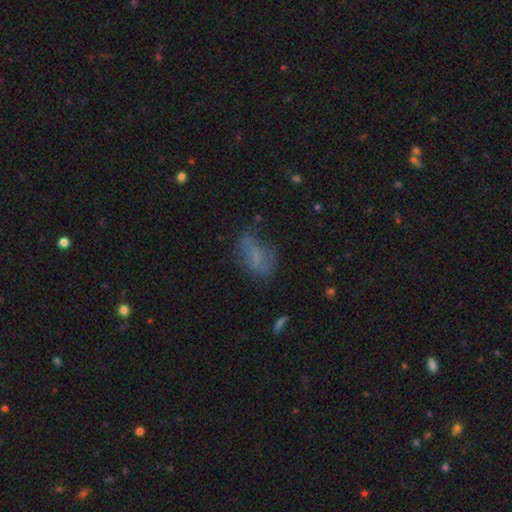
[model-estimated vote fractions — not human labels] This is possibly a smooth galaxy (55%). How rounded: clearly in between (85%). Merging: possibly none (52%).